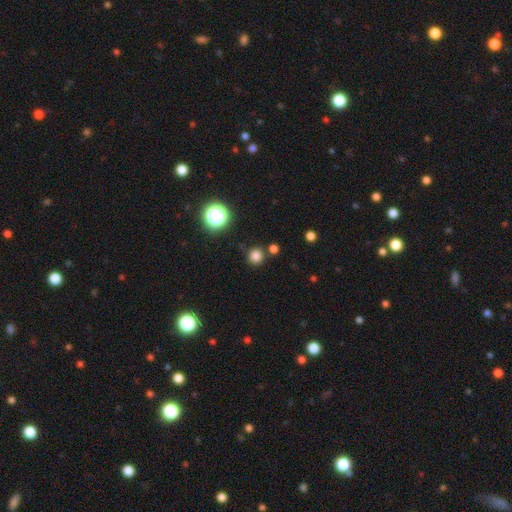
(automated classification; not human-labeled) Q: Smooth or featured?
A: smooth (79%); runner-up: star or artifact (17%)
Q: How rounded?
A: round (94%); runner-up: in between (5%)
Q: Merging?
A: none (83%); runner-up: minor disturbance (8%)